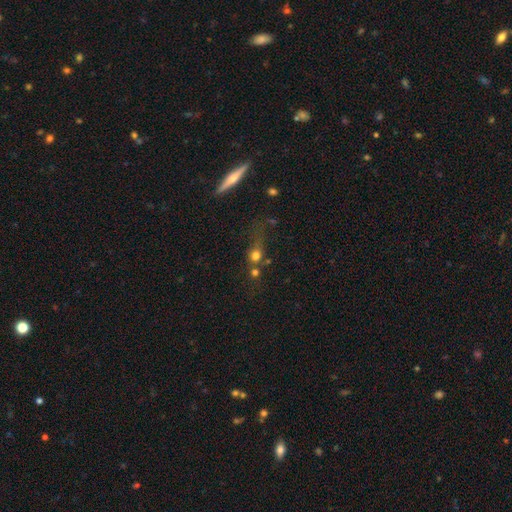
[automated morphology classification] A smooth galaxy with no disk features (68%) that is round (75%).

Vote fractions:
- Smooth or featured? smooth: 68% / star or artifact: 18% / featured or disk: 14%
- How rounded? round: 75% / in between: 20% / cigar-shaped: 5%
- Merging? none: 40% / merger: 32% / major disturbance: 15% / minor disturbance: 14%